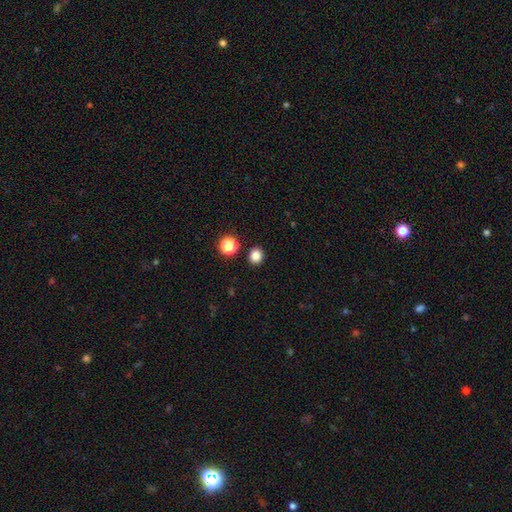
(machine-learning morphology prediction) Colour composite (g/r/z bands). It shows a smooth galaxy with no disk features (84%) that is round (83%). Merging: none (89%).